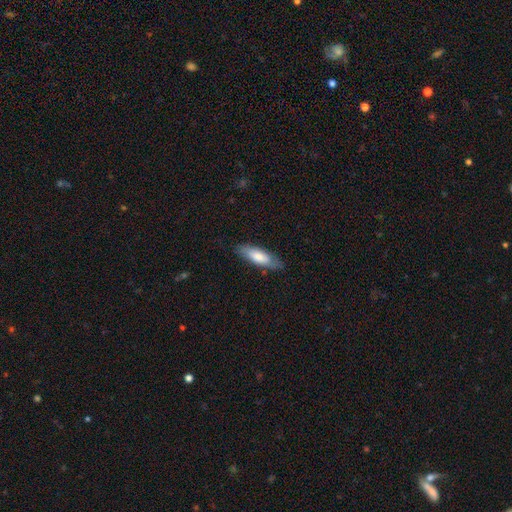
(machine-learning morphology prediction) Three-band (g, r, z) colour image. It shows a smooth galaxy with no disk features (70%) that is in between round and cigar-shaped (50%). Merging: none (83%).